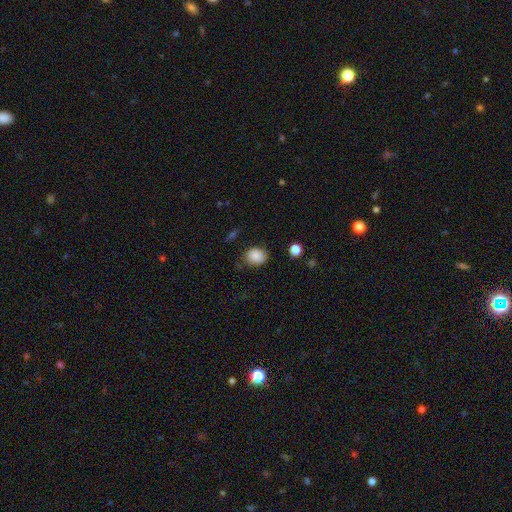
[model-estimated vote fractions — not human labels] This appears to be a smooth galaxy with no disk features (85%) that is round (63%). Merging: none (75%).